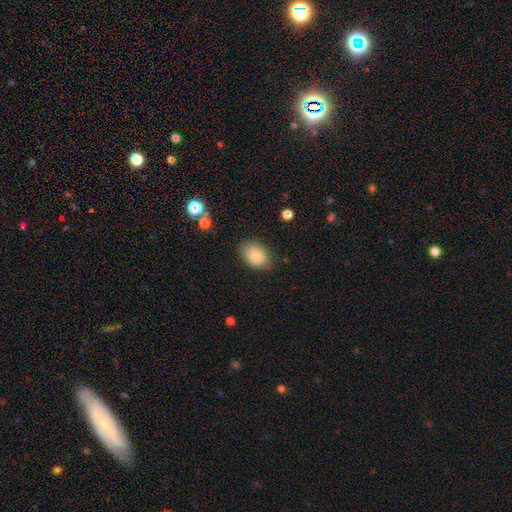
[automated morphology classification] Smooth or featured? smooth (83%)
How rounded? in between (80%)
Merging? none (81%)